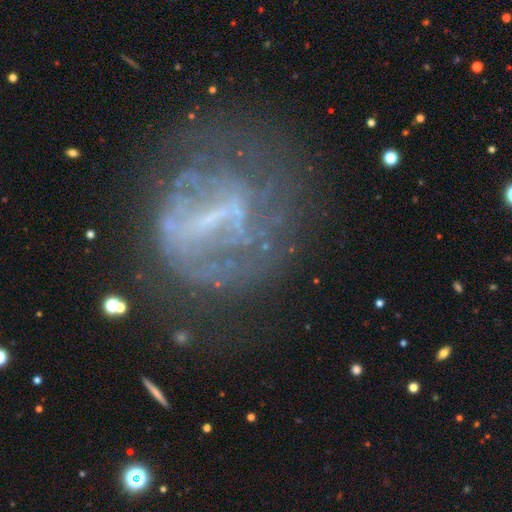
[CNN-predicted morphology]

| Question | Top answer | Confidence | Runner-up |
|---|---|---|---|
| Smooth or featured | featured or disk | 67% | smooth (18%) |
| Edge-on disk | no | 93% | yes (7%) |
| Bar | strong | 46% | weak (32%) |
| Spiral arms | no | 61% | yes (39%) |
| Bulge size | none | 48% | small (36%) |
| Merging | none | 55% | major disturbance (24%) |